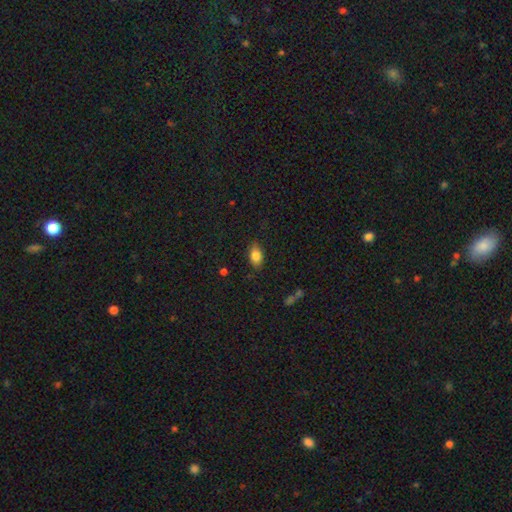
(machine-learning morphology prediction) This is clearly a smooth galaxy (82%). How rounded: clearly in between (87%). Merging: clearly none (81%).